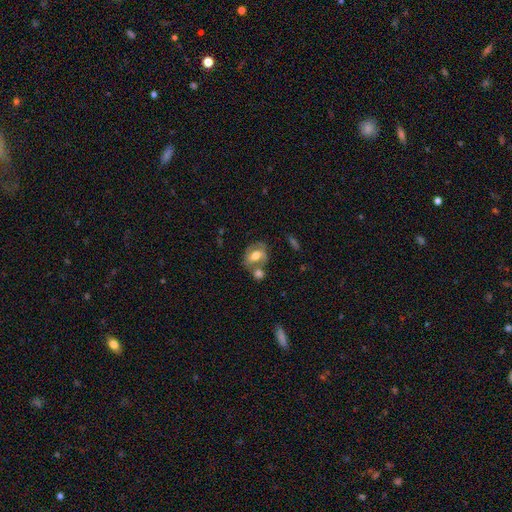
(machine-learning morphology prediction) Smooth or featured? featured or disk (51%)
Edge-on disk? no (94%)
Merging? none (45%)